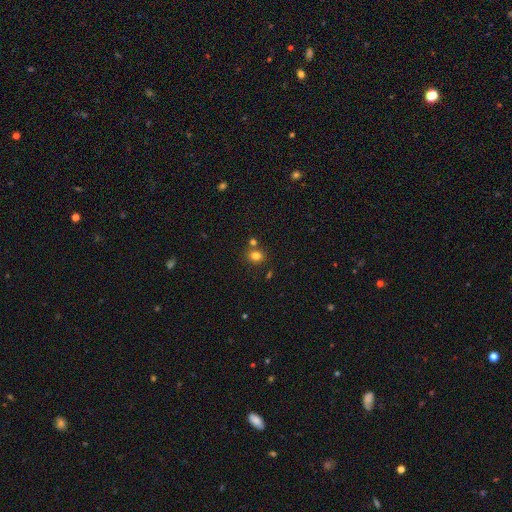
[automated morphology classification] Smooth or featured? smooth (80%)
How rounded? round (64%)
Merging? none (72%)